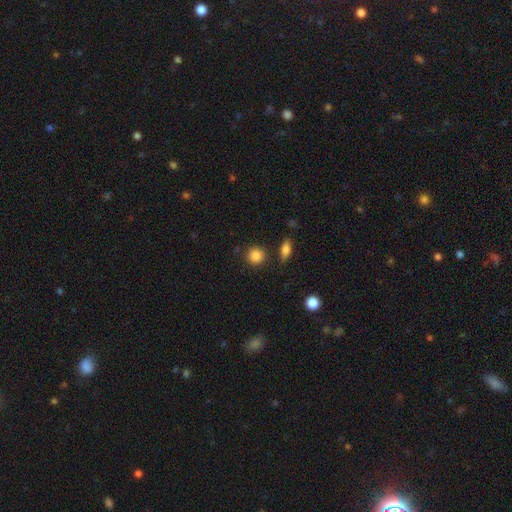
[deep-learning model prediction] Morphology: type=smooth (86%); roundness=round (87%); merging=none (83%).